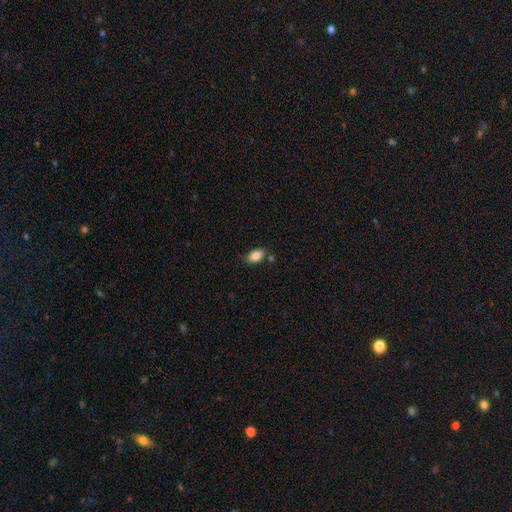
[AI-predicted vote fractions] Smooth or featured?
  - smooth: 85% *
  - star or artifact: 9%
  - featured or disk: 6%
How rounded?
  - in between: 86% *
  - round: 13%
  - cigar-shaped: 2%
Merging?
  - none: 78% *
  - minor disturbance: 13%
  - merger: 6%
  - major disturbance: 3%